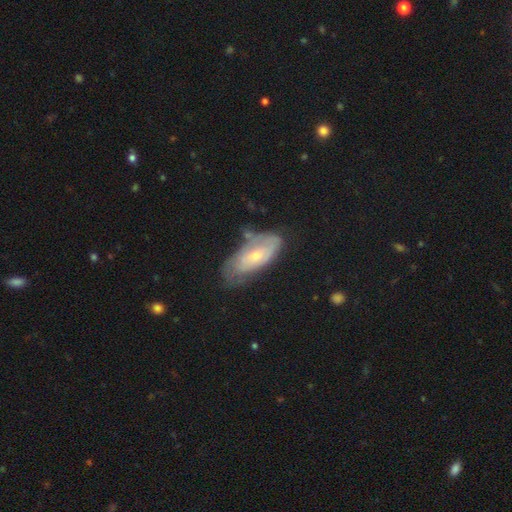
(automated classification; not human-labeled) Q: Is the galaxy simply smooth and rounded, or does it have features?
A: featured or disk — 53%.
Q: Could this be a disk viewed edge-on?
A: no — 87%.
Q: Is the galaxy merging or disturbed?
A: none — 50%.